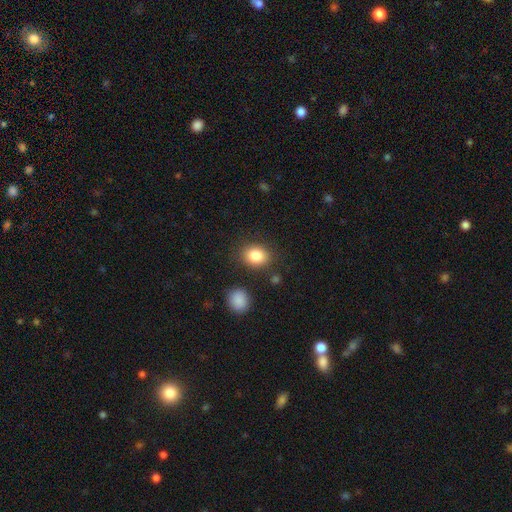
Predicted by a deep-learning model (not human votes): Smooth or featured?
  - smooth: 85% *
  - star or artifact: 9%
  - featured or disk: 6%
How rounded?
  - in between: 52% *
  - round: 47%
  - cigar-shaped: 1%
Merging?
  - none: 82% *
  - minor disturbance: 11%
  - merger: 4%
  - major disturbance: 4%